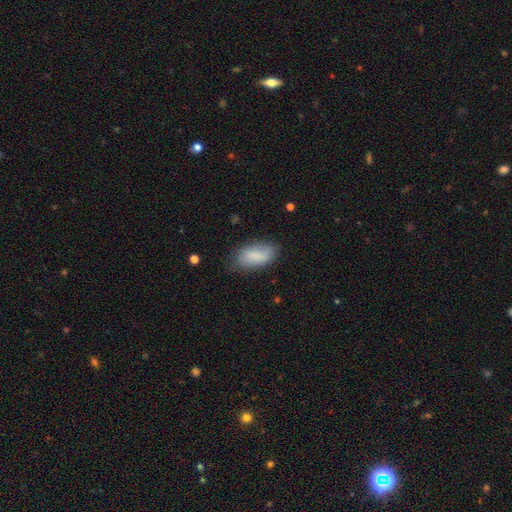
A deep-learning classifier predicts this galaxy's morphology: Smooth or featured?
  - smooth: 82% *
  - featured or disk: 11%
  - star or artifact: 7%
How rounded?
  - in between: 92% *
  - cigar-shaped: 5%
  - round: 3%
Merging?
  - none: 65% *
  - minor disturbance: 27%
  - major disturbance: 6%
  - merger: 2%